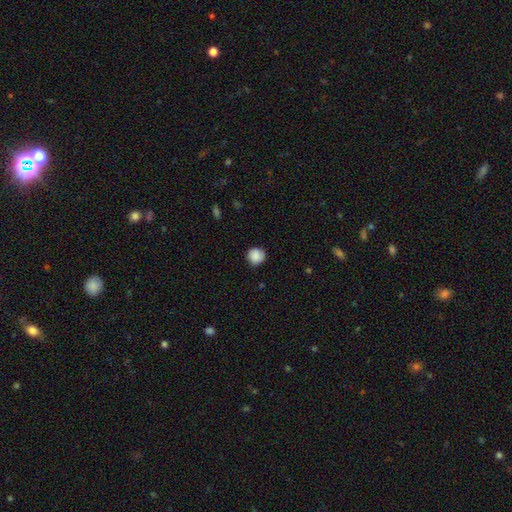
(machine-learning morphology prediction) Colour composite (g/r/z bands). It shows a smooth galaxy with no disk features (87%) that is round (92%). Merging: none (85%).